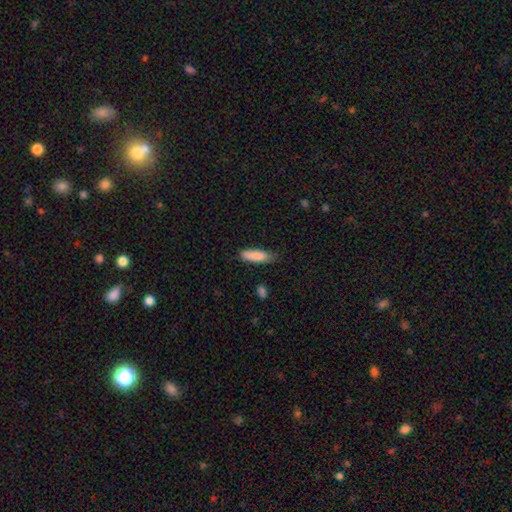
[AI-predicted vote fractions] This is clearly a smooth galaxy (86%). How rounded: likely cigar-shaped (63%). Merging: likely none (73%).